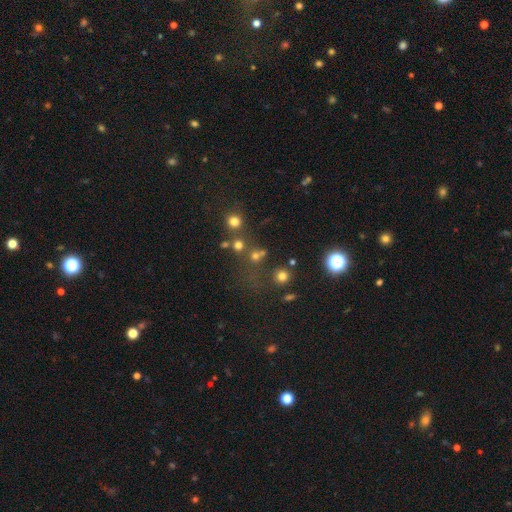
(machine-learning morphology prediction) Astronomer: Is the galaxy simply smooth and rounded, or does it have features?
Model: smooth — 57% (runner-up: star or artifact, 33%).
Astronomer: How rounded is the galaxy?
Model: round — 89%.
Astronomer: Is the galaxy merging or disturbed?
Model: none — 64%.